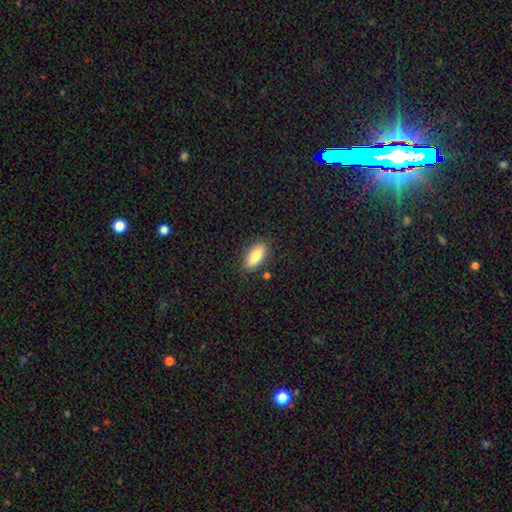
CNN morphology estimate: Q: Smooth or featured?
A: smooth (78%); runner-up: featured or disk (15%)
Q: How rounded?
A: in between (84%); runner-up: cigar-shaped (13%)
Q: Merging?
A: none (85%); runner-up: minor disturbance (11%)